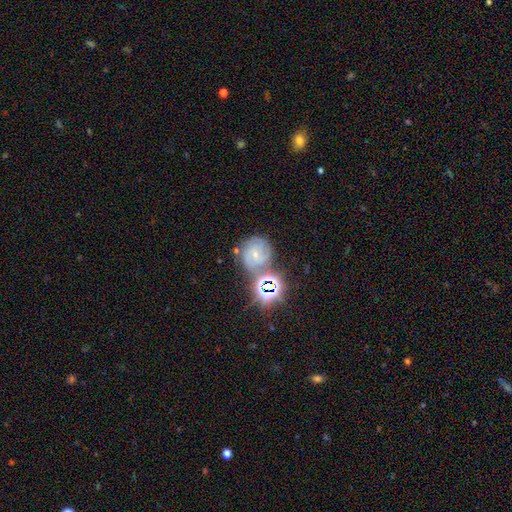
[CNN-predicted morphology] The model was most divided on "spiral arm count": 3: 34%, can't tell: 24%, 2: 24%, 4: 8%, 1: 5%, more than 4: 4%. More confident: edge-on disk — no (97%); spiral arms — yes (91%); bulge size — small (70%); merging — none (62%); spiral winding — tight (61%); bar — no (61%); smooth or featured — featured or disk (59%).